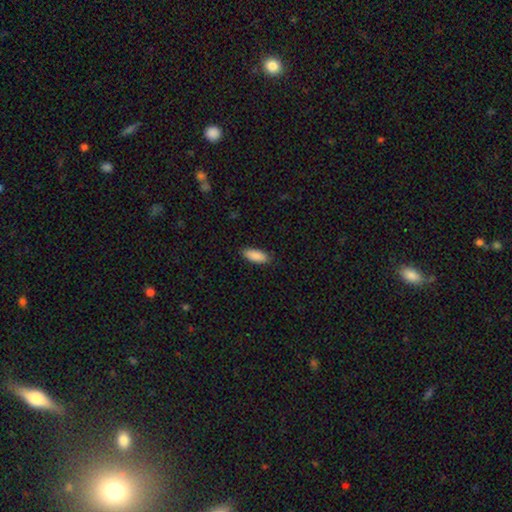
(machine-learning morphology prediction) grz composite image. It shows a smooth galaxy with no disk features (90%) that is in between round and cigar-shaped (81%). Merging: none (87%).